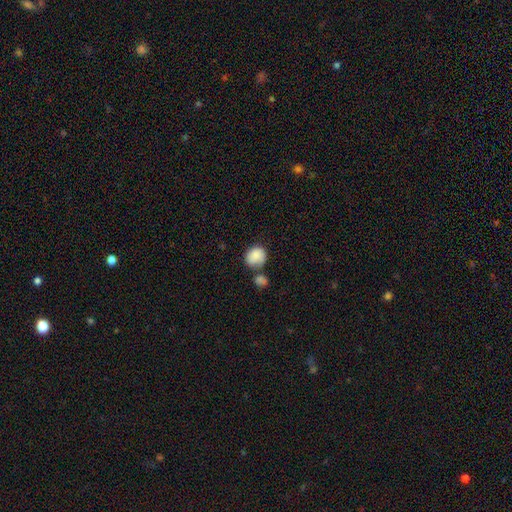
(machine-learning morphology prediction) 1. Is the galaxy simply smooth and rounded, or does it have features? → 85% smooth, 7% featured or disk, 7% star or artifact.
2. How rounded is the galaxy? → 61% round, 38% in between, 1% cigar-shaped.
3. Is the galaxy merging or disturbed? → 42% none, 32% merger, 18% minor disturbance, 8% major disturbance.